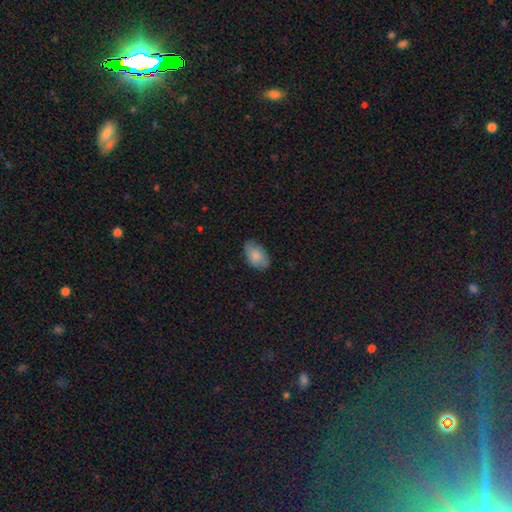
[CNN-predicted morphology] Overall: smooth (81%). How rounded: in between (92%). Merging: none (74%).